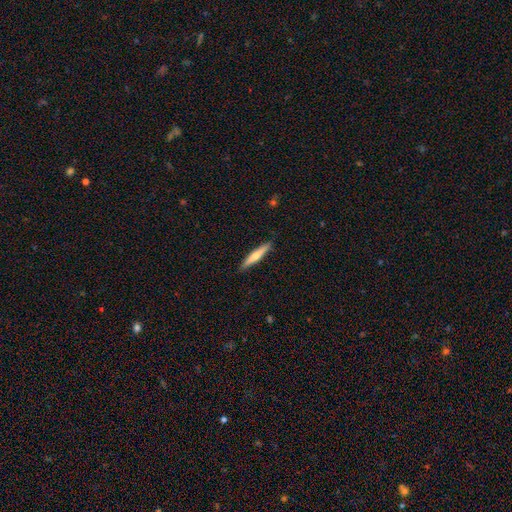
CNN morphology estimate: smooth 59%, featured or disk 36%, star or artifact 5%. Down the decision tree: how rounded — cigar-shaped (91%); merging — none (89%).